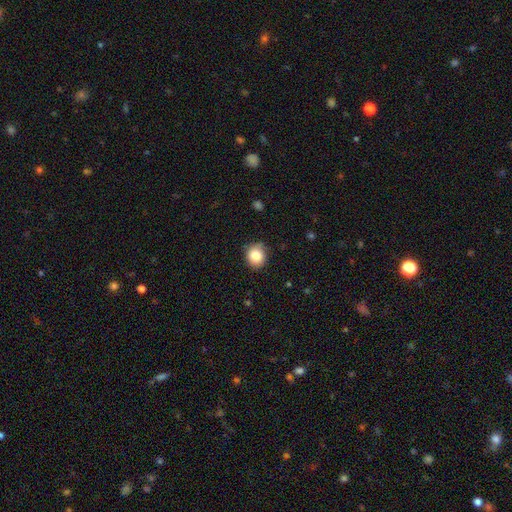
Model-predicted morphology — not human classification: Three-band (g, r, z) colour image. It shows a smooth galaxy with no disk features (83%) that is round (82%). Merging: none (82%).